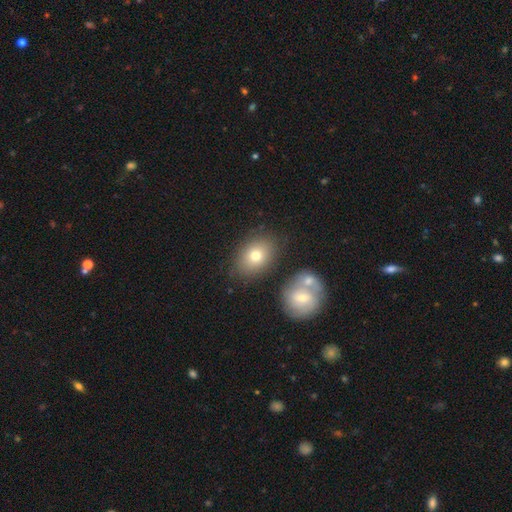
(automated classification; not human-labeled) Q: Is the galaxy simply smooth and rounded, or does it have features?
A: smooth — 75%.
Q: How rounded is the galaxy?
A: in between — 69%.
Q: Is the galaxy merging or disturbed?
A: none — 73%.